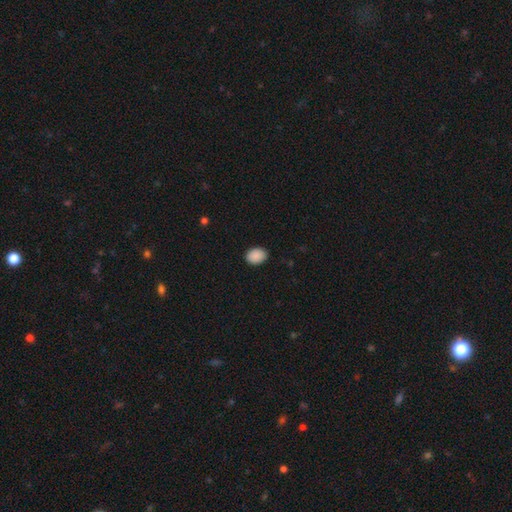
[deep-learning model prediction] This is clearly a smooth galaxy (90%). How rounded: likely in between (68%). Merging: clearly none (88%).